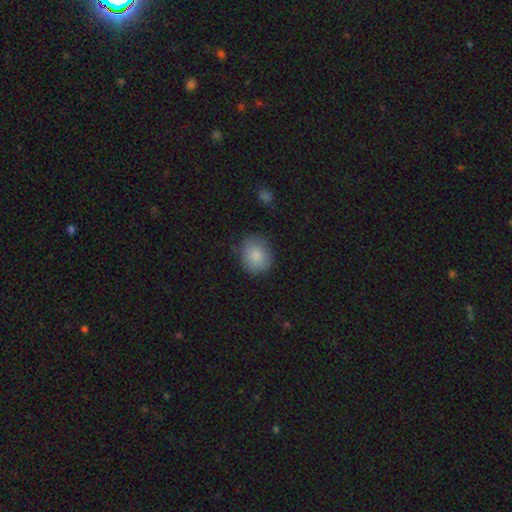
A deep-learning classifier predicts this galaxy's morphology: This is clearly a smooth galaxy (85%). How rounded: likely round (68%). Merging: likely none (76%).